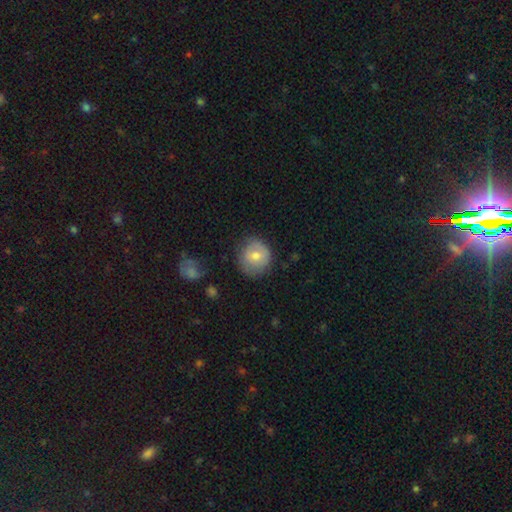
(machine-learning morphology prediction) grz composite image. It shows a smooth galaxy with no disk features (66%) that is round (84%). Merging: none (74%).